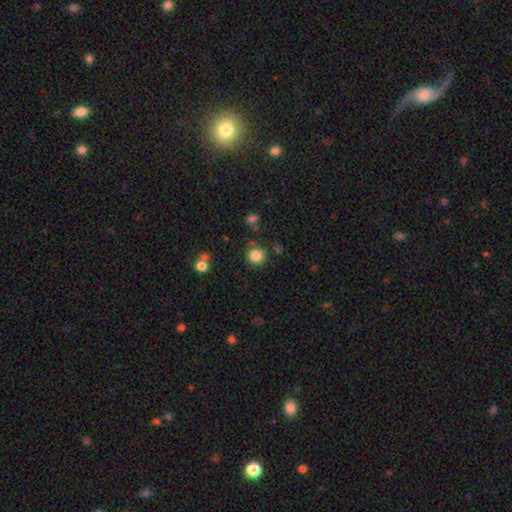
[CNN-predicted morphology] This is clearly a smooth galaxy (84%). How rounded: clearly round (93%). Merging: clearly none (84%).